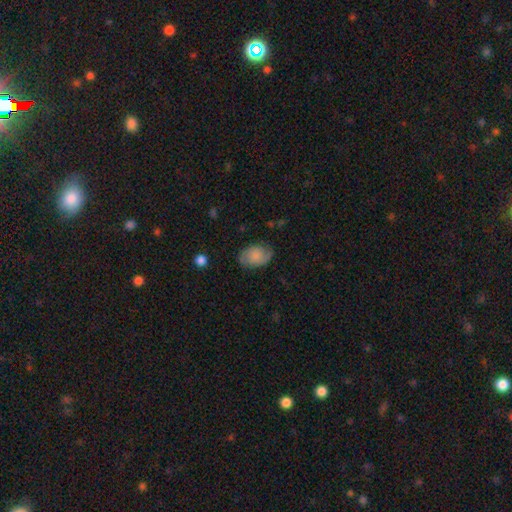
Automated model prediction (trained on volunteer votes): Smooth or featured? smooth (55%)
How rounded? in between (82%)
Merging? none (73%)